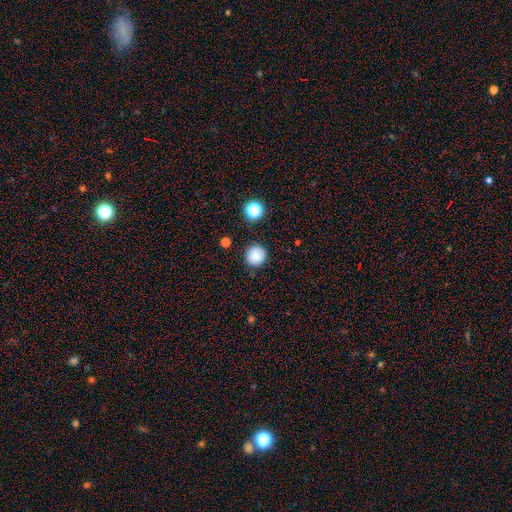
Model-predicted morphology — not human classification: A smooth galaxy with no disk features (83%) that is round (93%). Merging: none (86%).